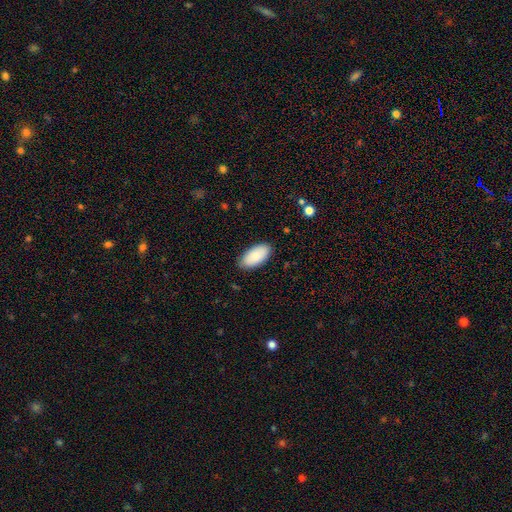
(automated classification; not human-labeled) This is clearly a smooth galaxy (86%). How rounded: clearly in between (95%). Merging: clearly none (86%).